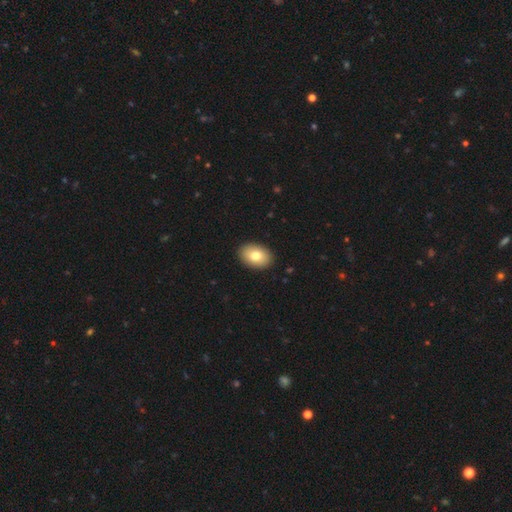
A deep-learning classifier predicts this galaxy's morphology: The model was most divided on "how rounded": in between: 82%, round: 17%, cigar-shaped: 1%. More confident: merging — none (91%); smooth or featured — smooth (79%).